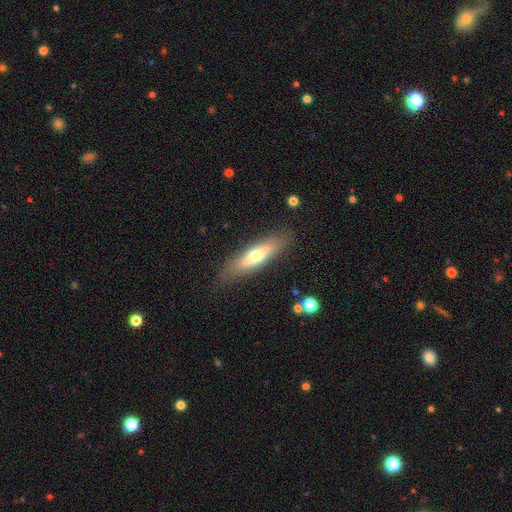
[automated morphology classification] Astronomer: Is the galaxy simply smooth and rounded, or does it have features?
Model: smooth — 56% (runner-up: featured or disk, 38%).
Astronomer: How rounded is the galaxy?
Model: cigar-shaped — 66%.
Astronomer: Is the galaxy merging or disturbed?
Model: none — 84%.